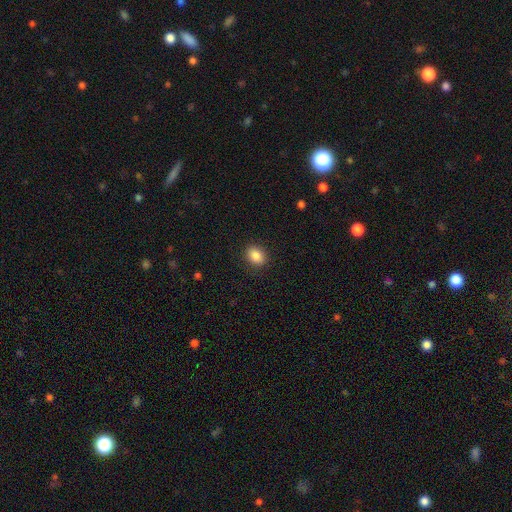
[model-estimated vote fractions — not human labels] A smooth galaxy with no disk features (87%) that is in between round and cigar-shaped (61%).

Vote fractions:
- Smooth or featured? smooth: 87% / star or artifact: 9% / featured or disk: 4%
- How rounded? in between: 61% / round: 38% / cigar-shaped: 1%
- Merging? none: 89% / minor disturbance: 8% / major disturbance: 2% / merger: 1%